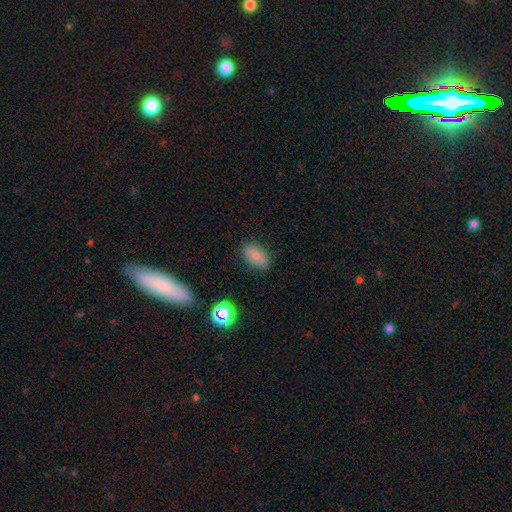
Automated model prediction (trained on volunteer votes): Smooth or featured? Predicted: smooth (p=0.74). How rounded? Predicted: in between (p=0.85). Merging? Predicted: none (p=0.83).